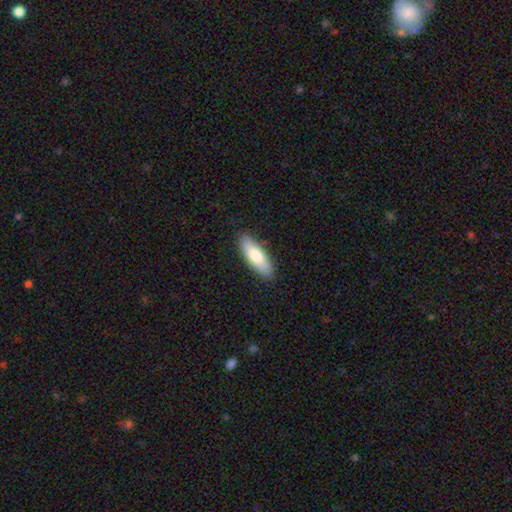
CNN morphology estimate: A smooth galaxy with no disk features (75%) that is in between round and cigar-shaped (60%).

Vote fractions:
- Smooth or featured? smooth: 75% / featured or disk: 19% / star or artifact: 5%
- How rounded? in between: 60% / cigar-shaped: 38% / round: 2%
- Merging? none: 88% / minor disturbance: 9% / major disturbance: 2% / merger: 1%